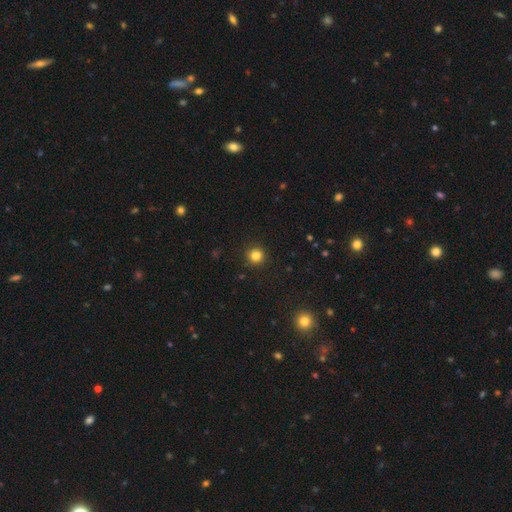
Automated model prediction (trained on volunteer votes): This is clearly a smooth galaxy (83%). How rounded: clearly round (94%). Merging: clearly none (91%).